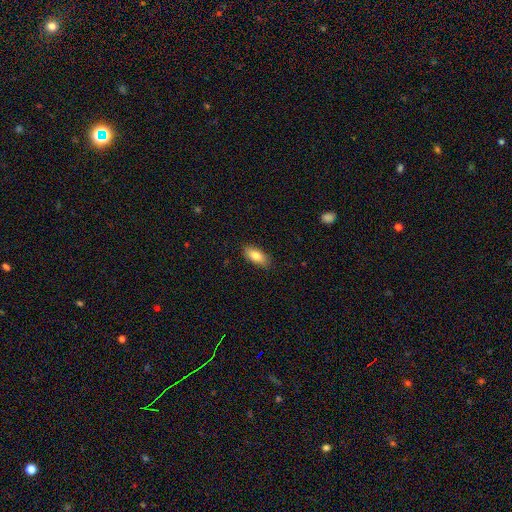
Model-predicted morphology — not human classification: Overall: smooth (83%). How rounded: in between (86%). Merging: none (87%).